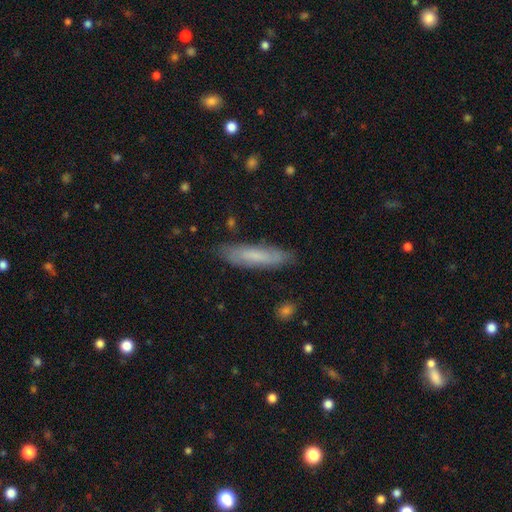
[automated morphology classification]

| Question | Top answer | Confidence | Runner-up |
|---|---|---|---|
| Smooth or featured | smooth | 64% | featured or disk (29%) |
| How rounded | cigar-shaped | 76% | in between (23%) |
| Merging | none | 81% | minor disturbance (14%) |